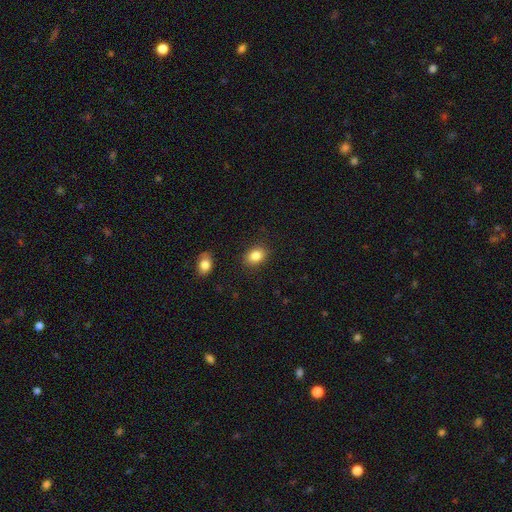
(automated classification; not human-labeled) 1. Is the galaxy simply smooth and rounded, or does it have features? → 85% smooth, 9% star or artifact, 6% featured or disk.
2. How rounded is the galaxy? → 73% in between, 25% round, 1% cigar-shaped.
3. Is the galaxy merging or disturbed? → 86% none, 10% minor disturbance, 3% major disturbance, 2% merger.